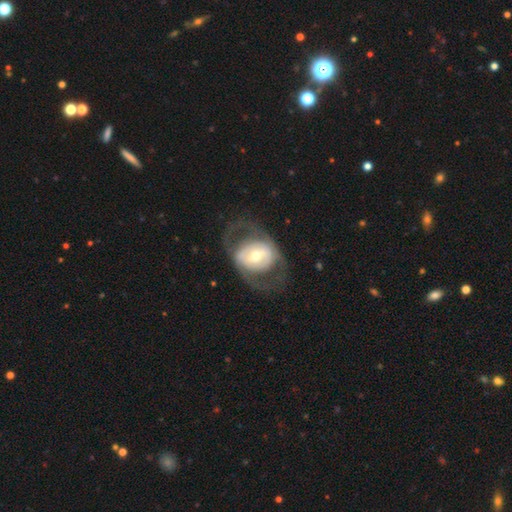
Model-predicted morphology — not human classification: smooth-or-featured: featured or disk: 67% | smooth: 28% | star or artifact: 6%
  disk-edge-on: no: 93% | yes: 7%
    bar: no: 48% | weak: 27% | strong: 25%
    has-spiral-arms: no: 62% | yes: 38%
    bulge-size: moderate: 56% | small: 31% | large: 10% | dominant: 2% | none: 1%
  merging: none: 63% | major disturbance: 21% | minor disturbance: 14% | merger: 1%